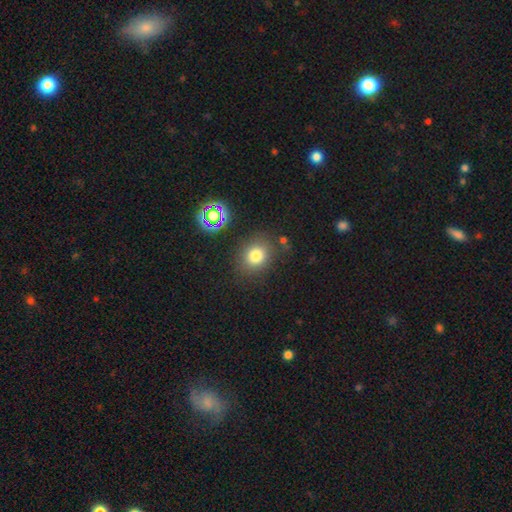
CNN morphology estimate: Smooth or featured? Predicted: smooth (p=0.78). How rounded? Predicted: round (p=0.67). Merging? Predicted: none (p=0.80).